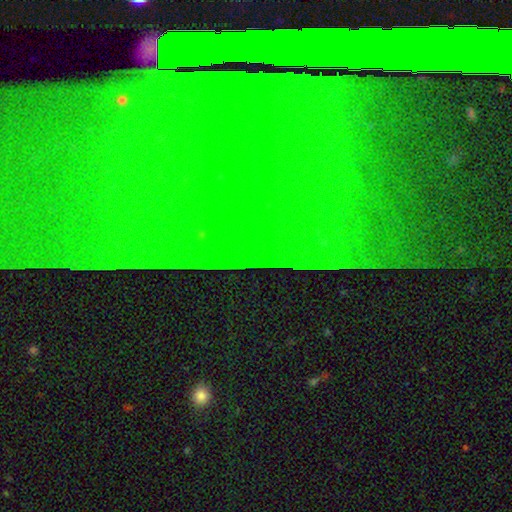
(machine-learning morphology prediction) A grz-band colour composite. It shows a star or artifact, not a galaxy (82%).